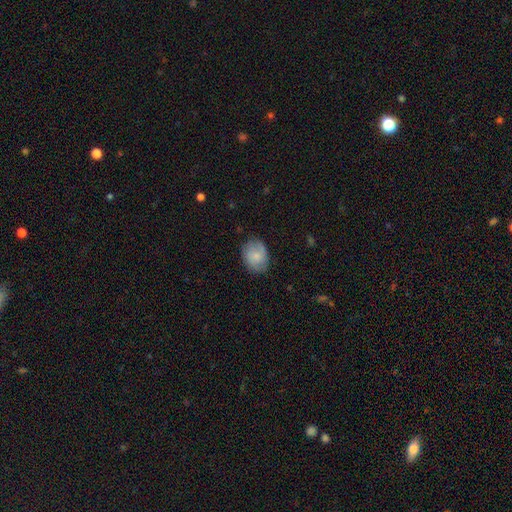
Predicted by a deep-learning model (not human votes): This is likely a smooth galaxy (76%). How rounded: possibly in between (55%). Merging: likely none (76%).